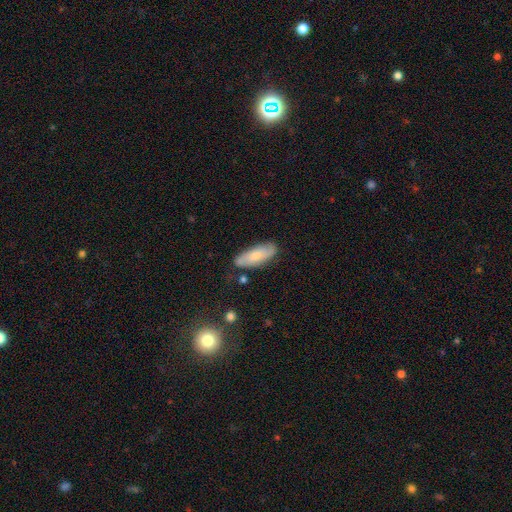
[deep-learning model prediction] A smooth galaxy with no disk features (64%) that is in between round and cigar-shaped (73%).

Vote fractions:
- Smooth or featured? smooth: 64% / featured or disk: 29% / star or artifact: 6%
- How rounded? in between: 73% / cigar-shaped: 25% / round: 2%
- Merging? none: 76% / minor disturbance: 17% / major disturbance: 3% / merger: 3%